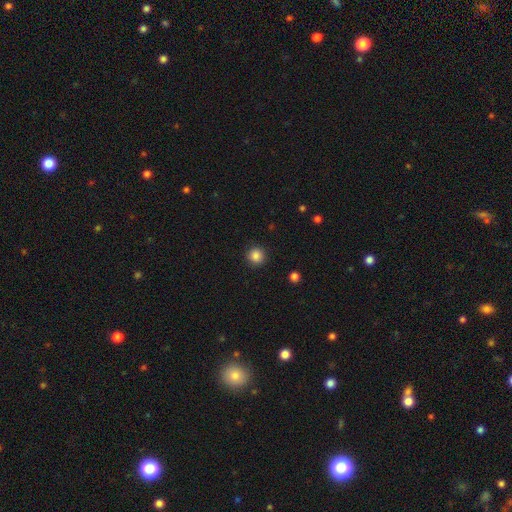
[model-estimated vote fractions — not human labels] Smooth or featured: smooth — 86% (star or artifact — 11%)
How rounded: round — 95% (in between — 4%)
Merging: none — 92% (minor disturbance — 5%)